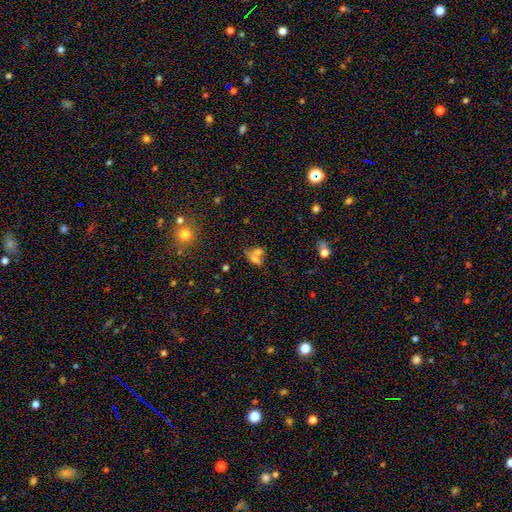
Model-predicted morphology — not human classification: Smooth or featured? Predicted: smooth (p=0.62). How rounded? Predicted: in between (p=0.66). Merging? Predicted: merger (p=0.53).